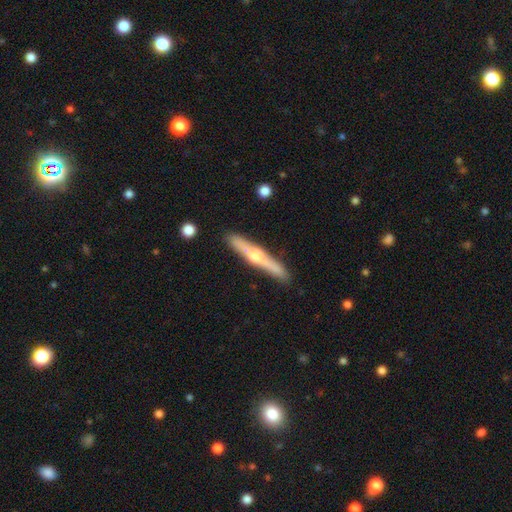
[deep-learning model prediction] Overall: featured or disk (66%; smooth 28%). Edge-on disk: yes (96%). Edge-on bulge: rounded (88%). Merging: none (88%).